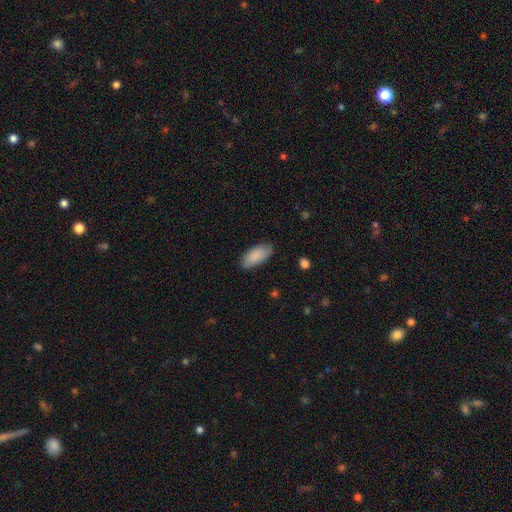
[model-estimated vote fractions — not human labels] This is clearly a smooth galaxy (87%). How rounded: clearly in between (89%). Merging: likely none (79%).